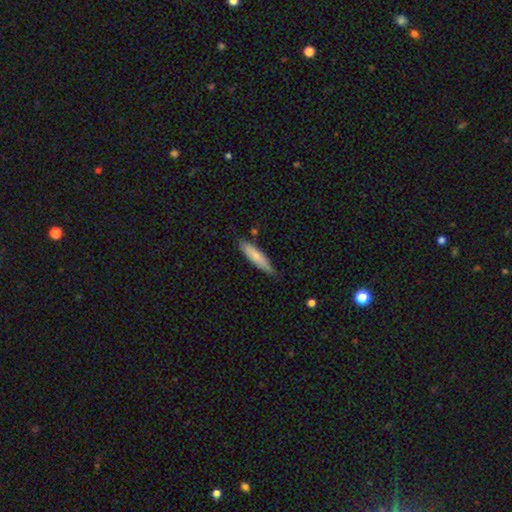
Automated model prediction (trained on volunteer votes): A smooth galaxy with no disk features (75%) that is cigar-shaped (74%). Merging: none (75%).